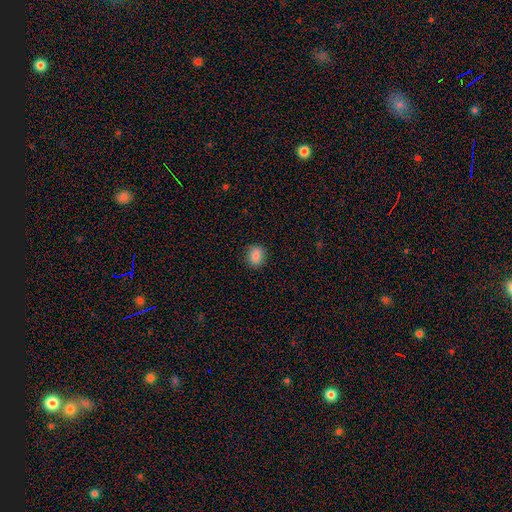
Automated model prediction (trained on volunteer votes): smooth 86%, star or artifact 9%, featured or disk 4%. Down the decision tree: how rounded — round (70%); merging — none (88%).